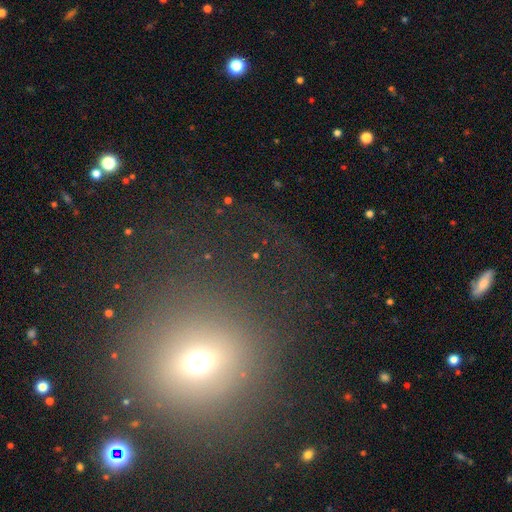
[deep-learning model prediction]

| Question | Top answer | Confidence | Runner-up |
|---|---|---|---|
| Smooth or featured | star or artifact | 58% | smooth (28%) |